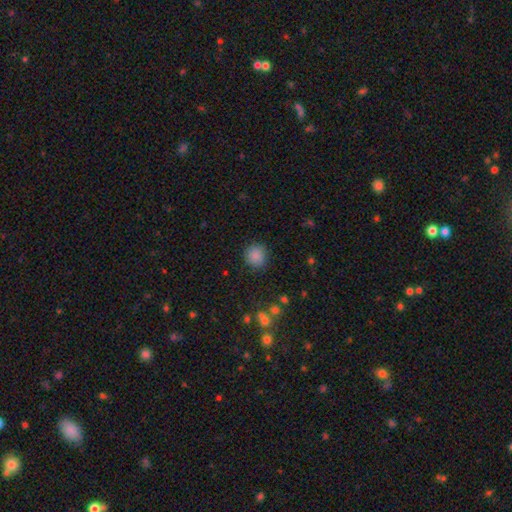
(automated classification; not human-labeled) This appears to be a smooth galaxy with no disk features (86%) that is round (90%). Merging: none (88%).